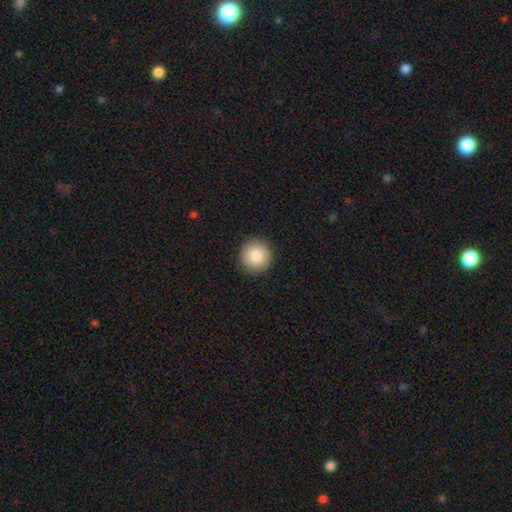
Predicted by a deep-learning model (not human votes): Smooth or featured?
  - smooth: 85% *
  - star or artifact: 8%
  - featured or disk: 7%
How rounded?
  - round: 96% *
  - in between: 3%
  - cigar-shaped: 1%
Merging?
  - none: 92% *
  - minor disturbance: 5%
  - major disturbance: 2%
  - merger: 1%